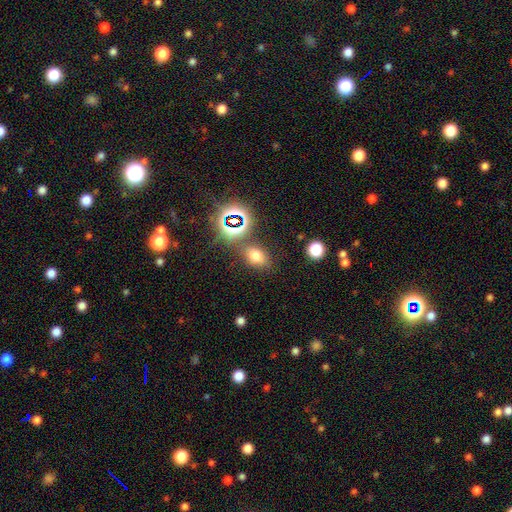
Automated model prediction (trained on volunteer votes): smooth_or_featured: smooth (p=0.66) [alt: star or artifact p=0.25]
how_rounded: in between (p=0.72) [alt: round p=0.26]
merging: none (p=0.76) [alt: minor disturbance p=0.12]